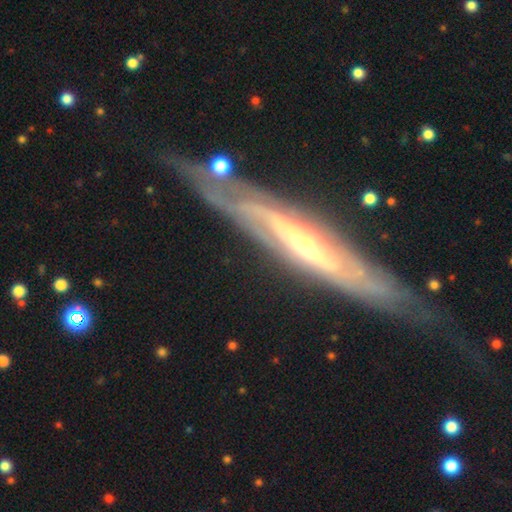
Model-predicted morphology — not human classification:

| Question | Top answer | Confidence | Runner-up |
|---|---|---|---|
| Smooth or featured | featured or disk | 85% | smooth (9%) |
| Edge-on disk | no | 50% | tied: yes (50%) |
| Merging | none | 67% | minor disturbance (20%) |